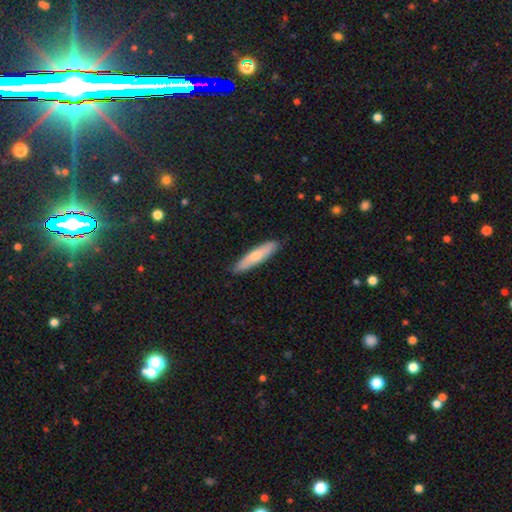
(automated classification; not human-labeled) smooth 68%, featured or disk 27%, star or artifact 5%. Down the decision tree: how rounded — cigar-shaped (83%); merging — none (87%).